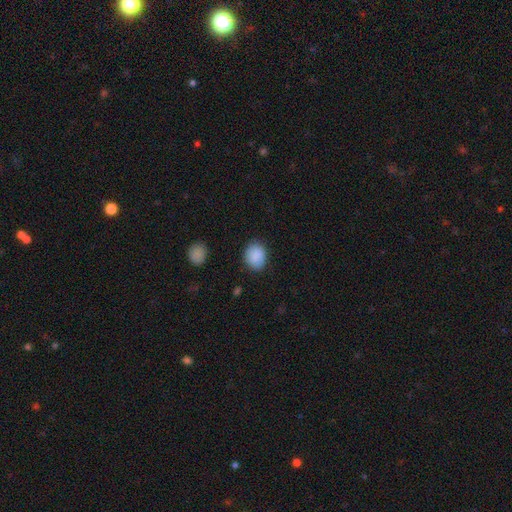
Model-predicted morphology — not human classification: This appears to be a smooth galaxy with no disk features (89%) that is in between round and cigar-shaped (51%). Merging: none (81%).